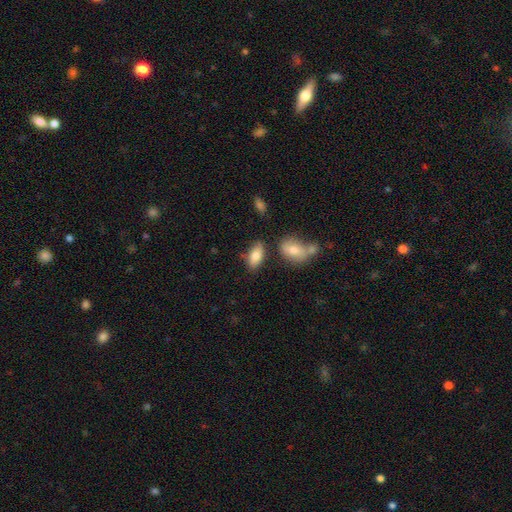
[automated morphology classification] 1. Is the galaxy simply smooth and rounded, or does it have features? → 81% smooth, 12% featured or disk, 7% star or artifact.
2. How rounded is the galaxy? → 88% in between, 8% cigar-shaped, 4% round.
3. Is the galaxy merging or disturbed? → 72% none, 15% minor disturbance, 10% merger, 4% major disturbance.